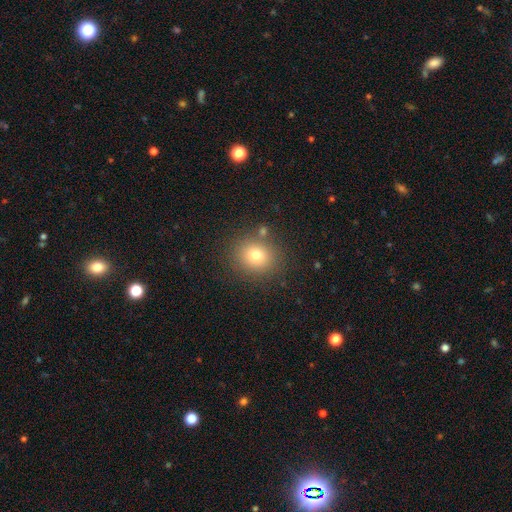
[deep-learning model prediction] This appears to be a smooth galaxy with no disk features (75%) that is round (80%). Merging: none (83%).